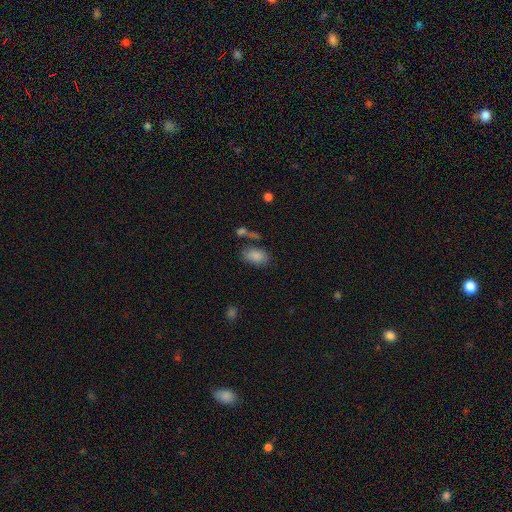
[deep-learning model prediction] smooth_or_featured: smooth (p=0.85) [alt: star or artifact p=0.08]
how_rounded: in between (p=0.91) [alt: round p=0.07]
merging: none (p=0.66) [alt: minor disturbance p=0.17]